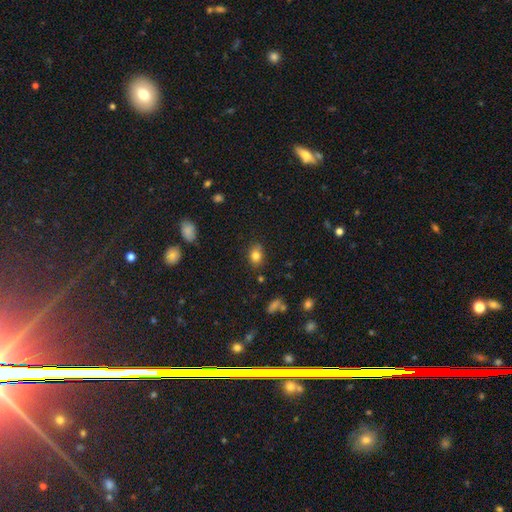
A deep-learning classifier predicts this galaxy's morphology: Smooth or featured: smooth — 80% (star or artifact — 11%)
How rounded: in between — 67% (round — 32%)
Merging: none — 78% (minor disturbance — 16%)